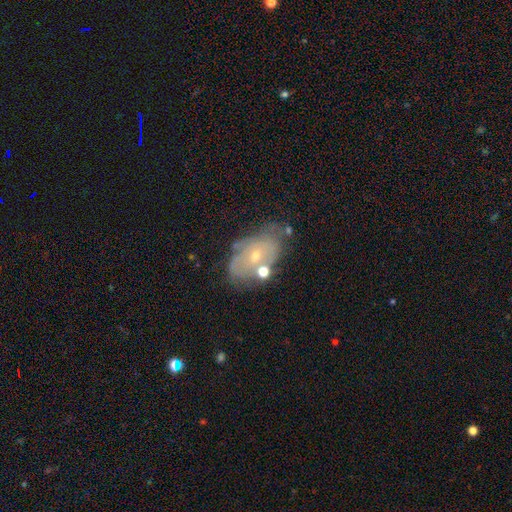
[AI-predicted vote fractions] This is possibly a featured or disk galaxy (59%). It is clearly not viewed edge-on (95%). Bar: likely no (77%). Spiral arm pattern: possibly yes (53%). Central bulge: likely small (68%). Merging: possibly none (51%).